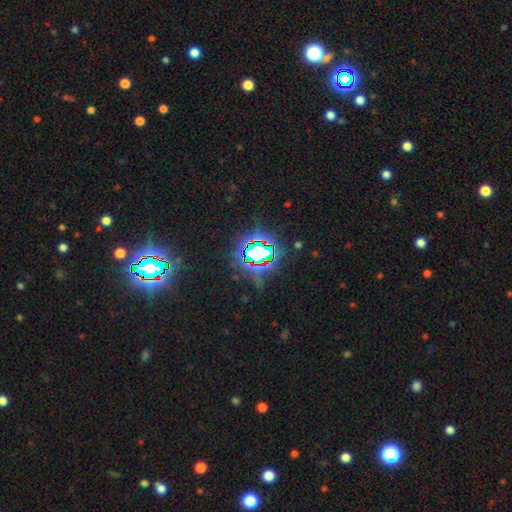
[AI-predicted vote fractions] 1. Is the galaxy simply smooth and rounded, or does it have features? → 74% star or artifact, 15% smooth, 11% featured or disk.